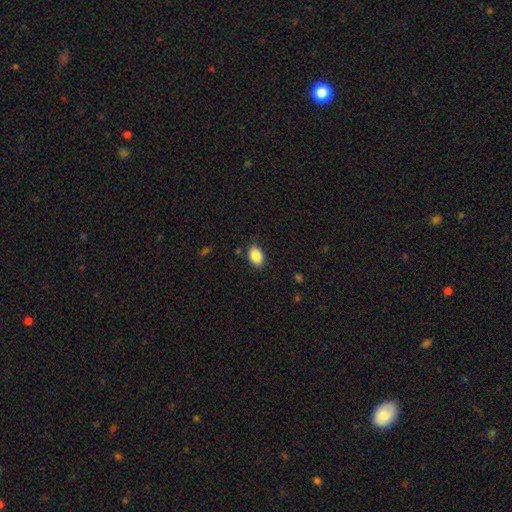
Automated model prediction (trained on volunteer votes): A smooth galaxy with no disk features (88%) that is in between round and cigar-shaped (85%). Merging: none (85%).